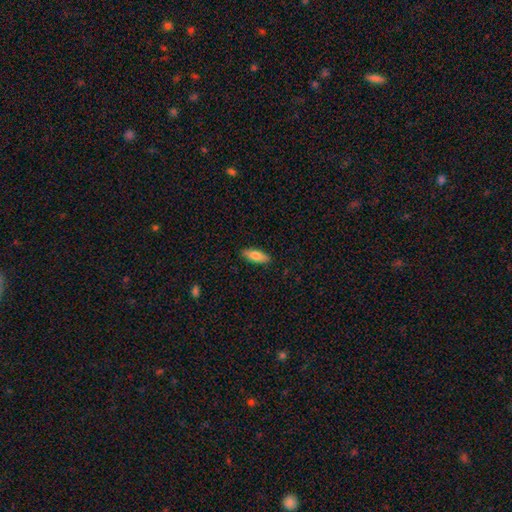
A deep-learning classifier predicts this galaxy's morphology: Smooth or featured? Predicted: smooth (p=0.80). How rounded? Predicted: in between (p=0.67). Merging? Predicted: none (p=0.88).